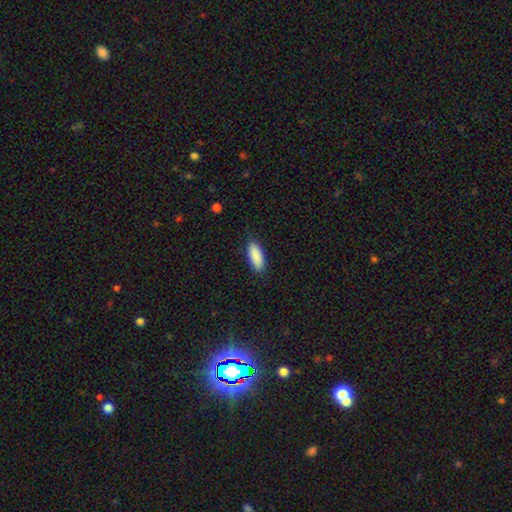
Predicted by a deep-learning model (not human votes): Smooth or featured? Predicted: smooth (p=0.90). How rounded? Predicted: in between (p=0.78). Merging? Predicted: none (p=0.86).